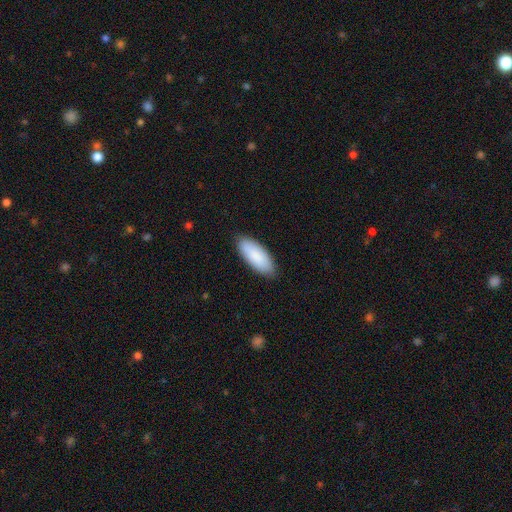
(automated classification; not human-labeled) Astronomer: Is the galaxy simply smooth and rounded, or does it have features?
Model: smooth — 89%.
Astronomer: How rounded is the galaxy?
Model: in between — 82%.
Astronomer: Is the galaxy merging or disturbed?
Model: none — 86%.